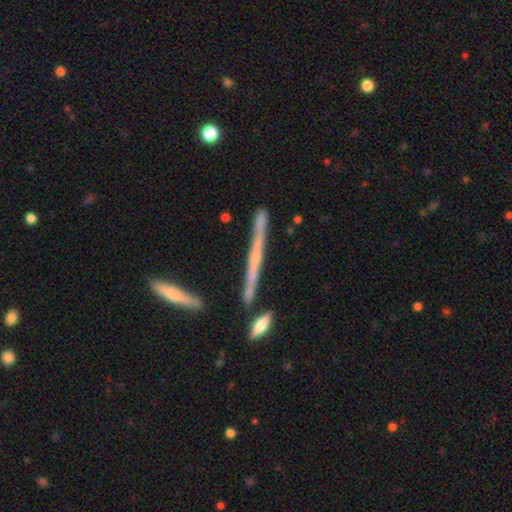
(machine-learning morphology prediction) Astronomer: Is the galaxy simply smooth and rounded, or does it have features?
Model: featured or disk — 65%.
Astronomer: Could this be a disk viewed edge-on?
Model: yes — 96%.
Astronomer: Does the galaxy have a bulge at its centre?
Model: none — 47% (runner-up: rounded, 45%).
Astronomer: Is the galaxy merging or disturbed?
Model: none — 78%.